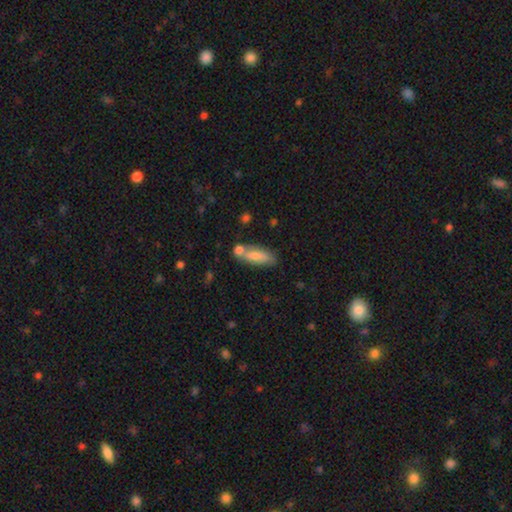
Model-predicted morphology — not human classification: Smooth or featured? Predicted: smooth (p=0.77). How rounded? Predicted: in between (p=0.63). Merging? Predicted: none (p=0.54).